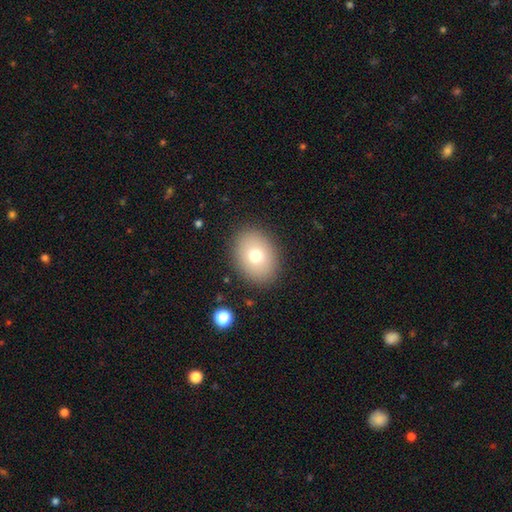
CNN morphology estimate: This appears to be a smooth galaxy with no disk features (74%) that is in between round and cigar-shaped (63%). Merging: none (88%).